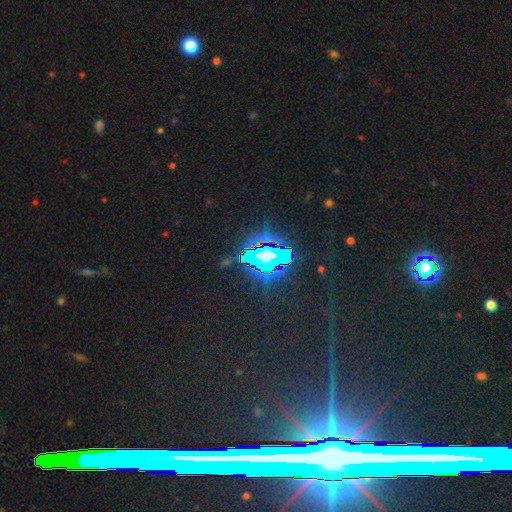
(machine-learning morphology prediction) star or artifact 79%, smooth 10%, featured or disk 10%.